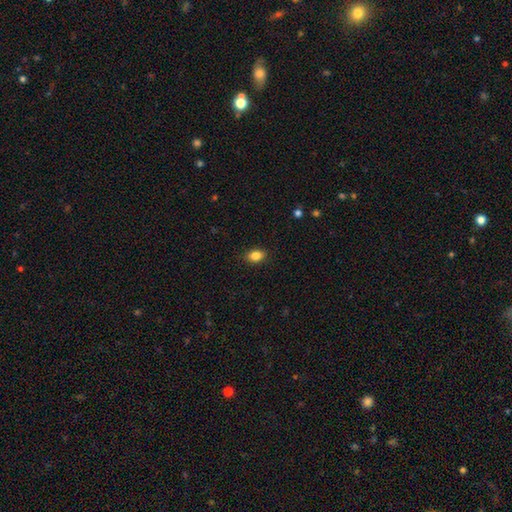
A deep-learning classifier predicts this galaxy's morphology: Smooth or featured? Predicted: smooth (p=0.85). How rounded? Predicted: in between (p=0.78). Merging? Predicted: none (p=0.89).